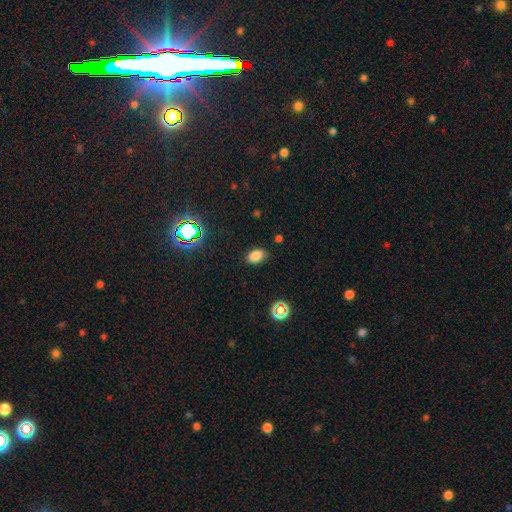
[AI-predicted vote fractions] A smooth galaxy with no disk features (80%) that is in between round and cigar-shaped (87%). Merging: none (84%).